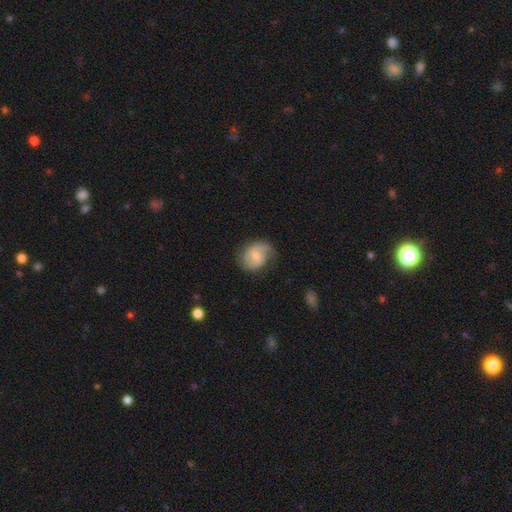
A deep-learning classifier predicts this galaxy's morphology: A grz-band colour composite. It shows a featured or disk galaxy (71%) with a weak bar (49%), 2 (66%) medium (44%) spiral arms (91%) and a moderate central bulge (54%). Merging: none (62%).